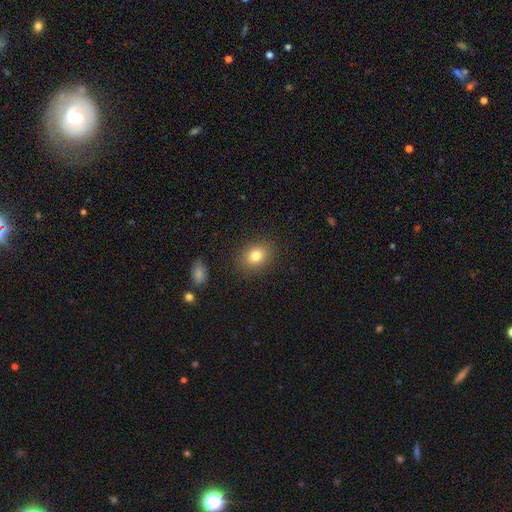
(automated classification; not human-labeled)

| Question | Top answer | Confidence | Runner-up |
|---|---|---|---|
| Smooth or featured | smooth | 81% | star or artifact (10%) |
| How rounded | round | 52% | in between (47%) |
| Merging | none | 86% | minor disturbance (9%) |